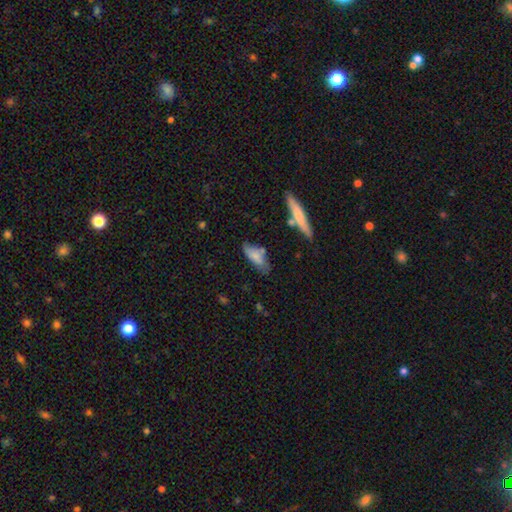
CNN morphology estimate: Smooth or featured: smooth — 73% (featured or disk — 20%)
How rounded: in between — 69% (cigar-shaped — 28%)
Merging: none — 55% (minor disturbance — 29%)